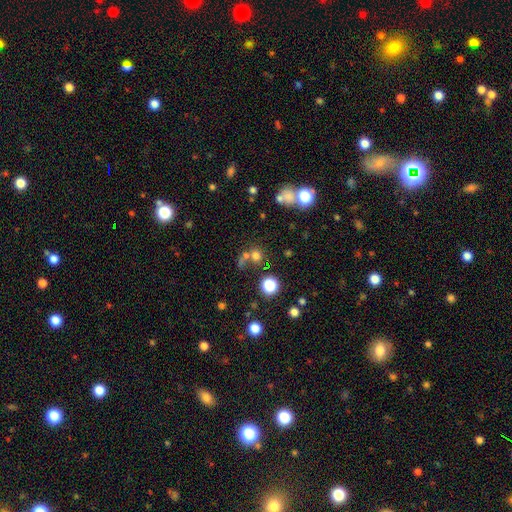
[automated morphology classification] The model was most divided on "merging": none: 54%, merger: 31%, minor disturbance: 8%, major disturbance: 7%. More confident: how rounded — round (85%); smooth or featured — smooth (65%).